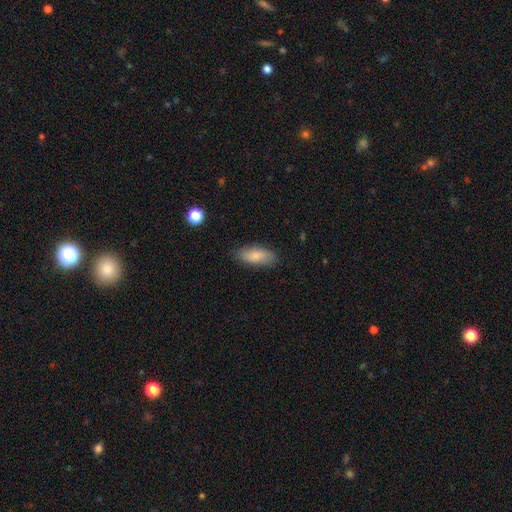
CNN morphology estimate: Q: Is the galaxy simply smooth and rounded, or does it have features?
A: smooth — 82%.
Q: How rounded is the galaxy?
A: in between — 80%.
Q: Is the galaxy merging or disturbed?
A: none — 83%.